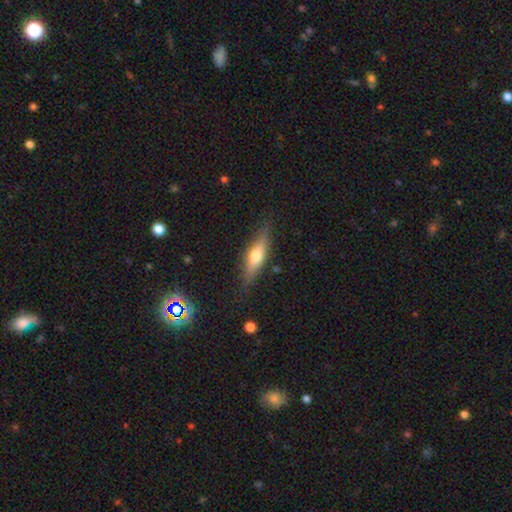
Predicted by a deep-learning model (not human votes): The model was most divided on "smooth or featured": smooth: 48%, featured or disk: 45%, star or artifact: 7%. More confident: merging — none (82%).